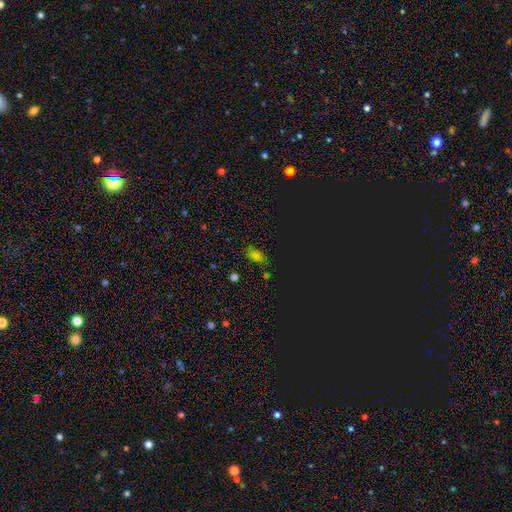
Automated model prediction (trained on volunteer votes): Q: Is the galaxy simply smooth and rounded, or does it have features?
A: smooth — 57%.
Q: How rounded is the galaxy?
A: in between — 83%.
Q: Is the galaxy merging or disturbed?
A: none — 72%.